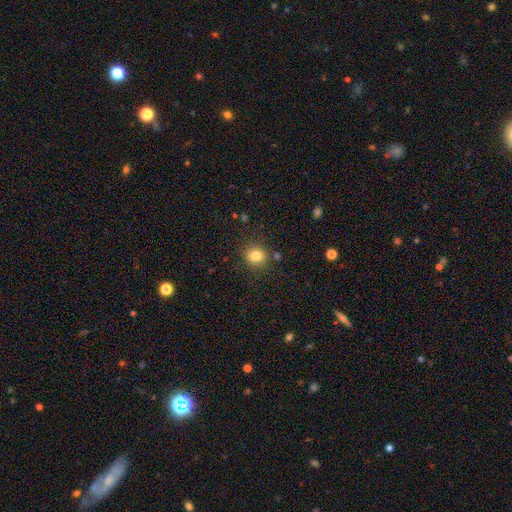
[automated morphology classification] A smooth galaxy with no disk features (82%) that is round (72%).

Vote fractions:
- Smooth or featured? smooth: 82% / star or artifact: 12% / featured or disk: 6%
- How rounded? round: 72% / in between: 27% / cigar-shaped: 1%
- Merging? none: 83% / minor disturbance: 11% / merger: 3% / major disturbance: 3%